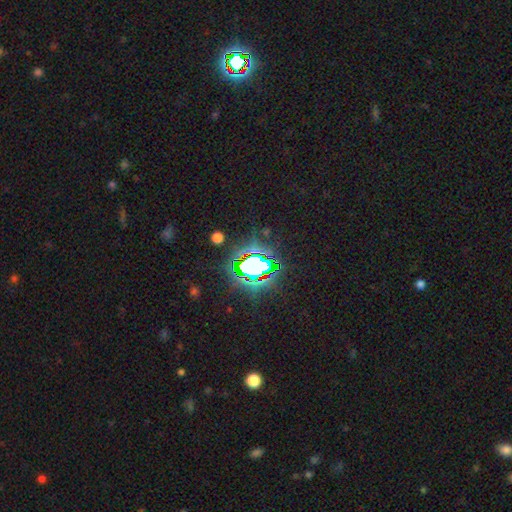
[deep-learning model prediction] Smooth or featured?
  - star or artifact: 82% *
  - smooth: 11%
  - featured or disk: 7%